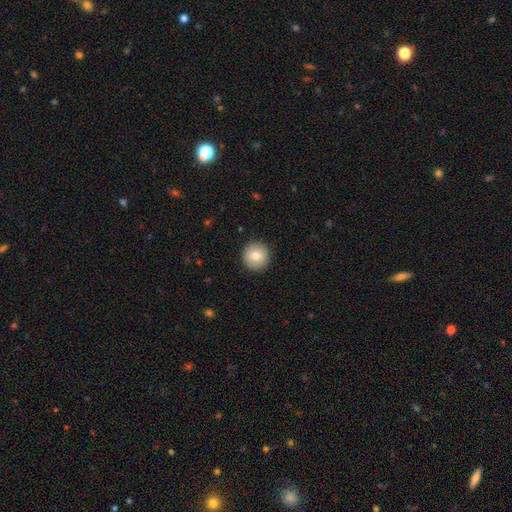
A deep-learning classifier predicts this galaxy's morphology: Smooth or featured: smooth — 83% (featured or disk — 10%)
How rounded: round — 95% (in between — 4%)
Merging: none — 92% (minor disturbance — 5%)